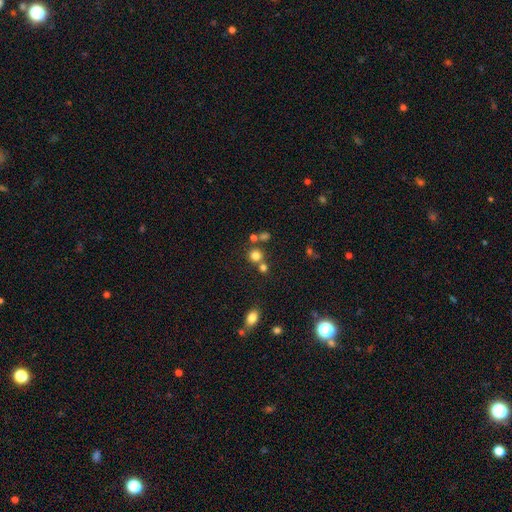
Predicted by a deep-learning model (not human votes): Q: Smooth or featured?
A: smooth (76%); runner-up: star or artifact (16%)
Q: How rounded?
A: round (89%); runner-up: in between (10%)
Q: Merging?
A: none (64%); runner-up: merger (25%)